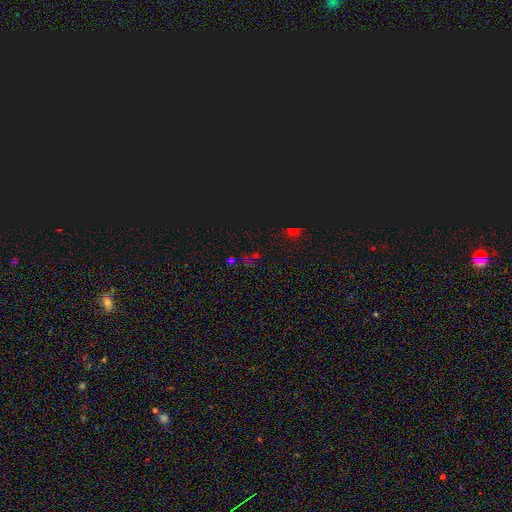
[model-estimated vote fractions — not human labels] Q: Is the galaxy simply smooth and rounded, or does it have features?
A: star or artifact — 67%.